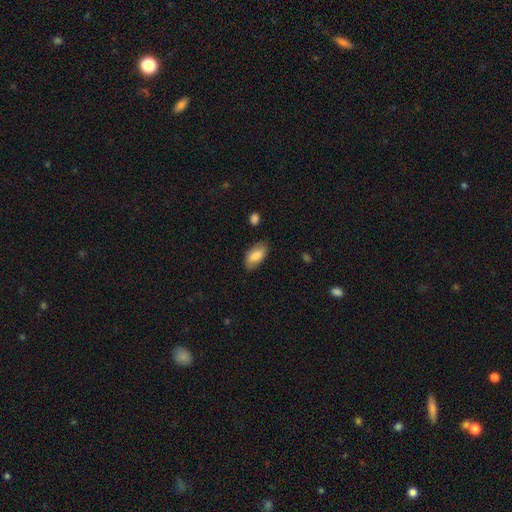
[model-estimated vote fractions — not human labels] Smooth or featured?
  - smooth: 85% *
  - featured or disk: 9%
  - star or artifact: 6%
How rounded?
  - in between: 93% *
  - cigar-shaped: 5%
  - round: 3%
Merging?
  - none: 78% *
  - minor disturbance: 17%
  - major disturbance: 4%
  - merger: 2%